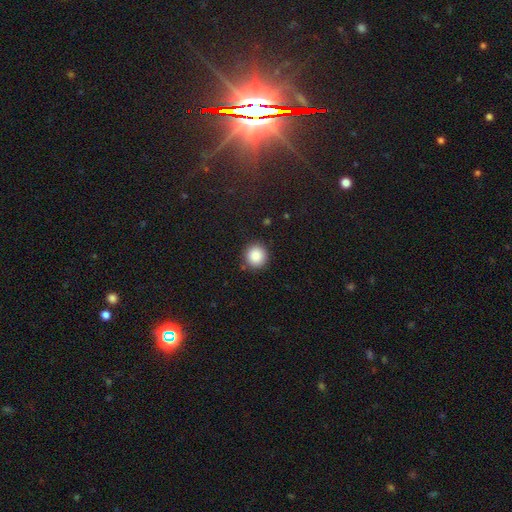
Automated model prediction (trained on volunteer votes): A smooth galaxy with no disk features (88%) that is round (92%). Merging: none (90%).